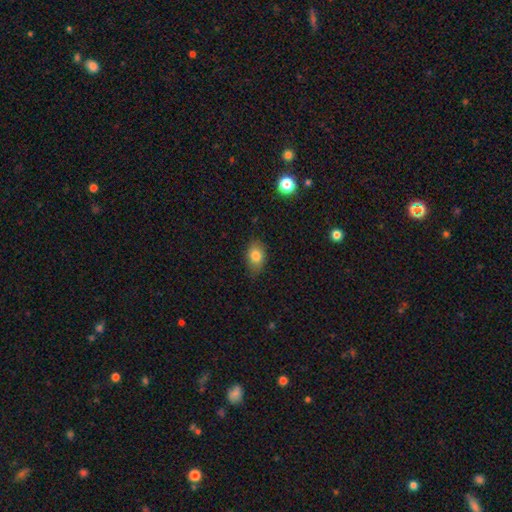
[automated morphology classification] Smooth or featured? Predicted: smooth (p=0.82). How rounded? Predicted: in between (p=0.83). Merging? Predicted: none (p=0.79).